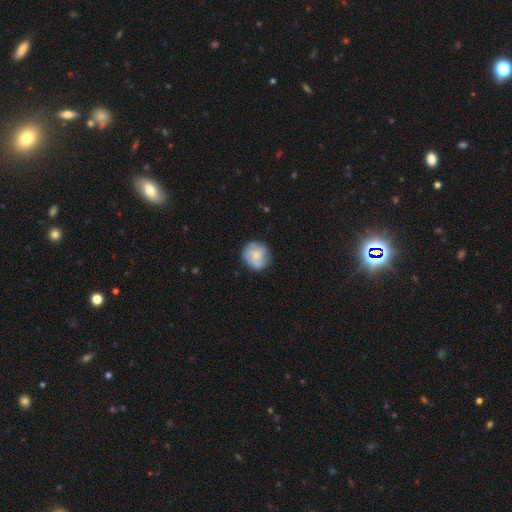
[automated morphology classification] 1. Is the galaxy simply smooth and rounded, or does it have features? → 60% smooth, 33% featured or disk, 7% star or artifact.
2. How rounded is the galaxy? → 87% round, 12% in between, 1% cigar-shaped.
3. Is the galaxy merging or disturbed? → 78% none, 16% minor disturbance, 5% major disturbance, 1% merger.